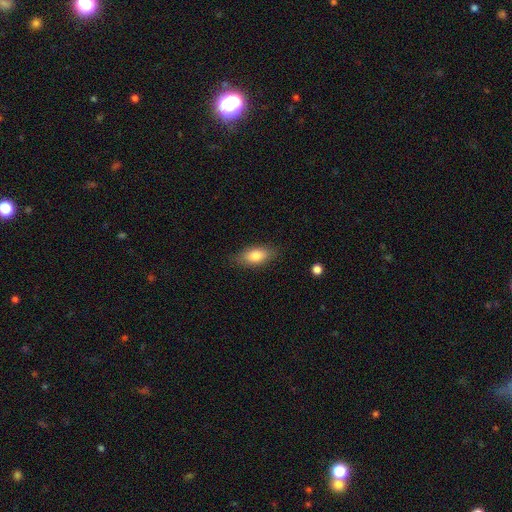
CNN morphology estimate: The model was most divided on "smooth or featured": smooth: 80%, featured or disk: 13%, star or artifact: 7%. More confident: how rounded — in between (85%); merging — none (84%).